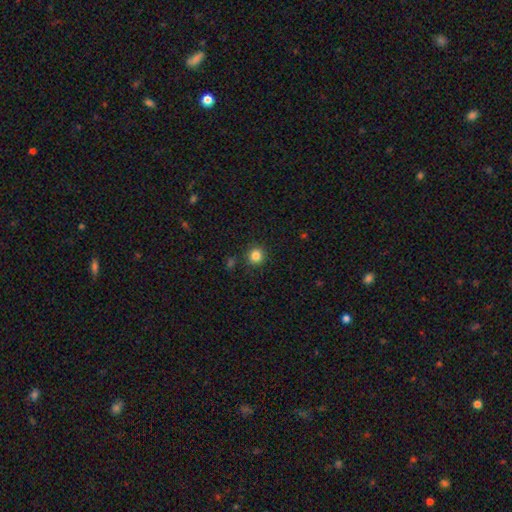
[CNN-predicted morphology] Smooth or featured? Predicted: smooth (p=0.84). How rounded? Predicted: round (p=0.93). Merging? Predicted: none (p=0.90).